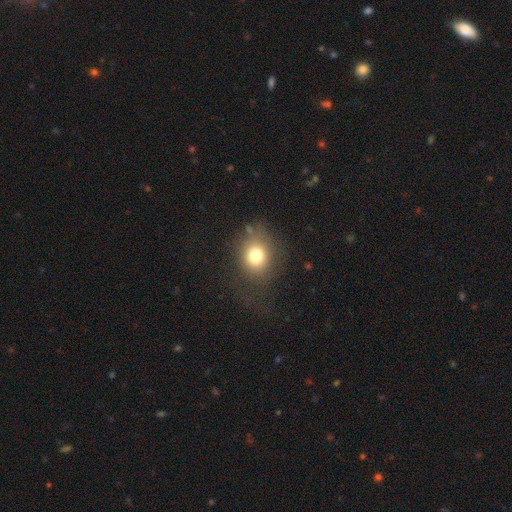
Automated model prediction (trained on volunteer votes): smooth-or-featured: smooth: 77% | star or artifact: 13% | featured or disk: 11%
  how-rounded: round: 70% | in between: 29% | cigar-shaped: 1%
  merging: none: 67% | minor disturbance: 18% | major disturbance: 13% | merger: 3%